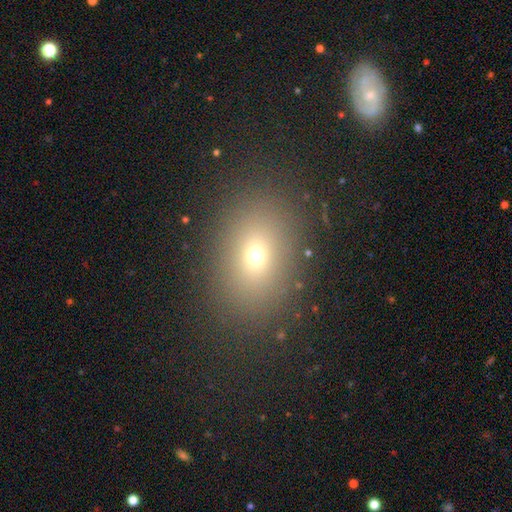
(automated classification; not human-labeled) Smooth or featured? Predicted: smooth (p=0.67). How rounded? Predicted: in between (p=0.69). Merging? Predicted: none (p=0.85).